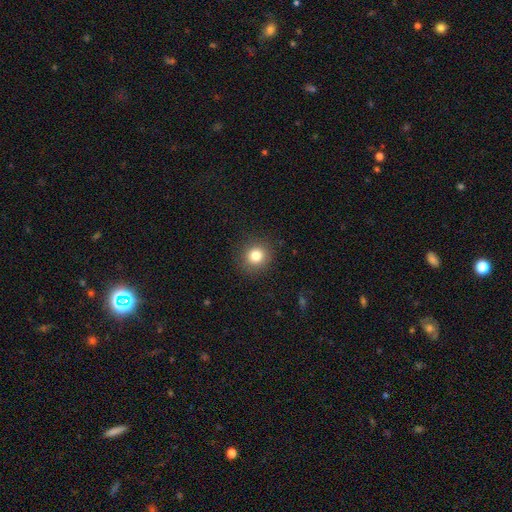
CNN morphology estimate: smooth_or_featured: smooth (p=0.82) [alt: star or artifact p=0.11]
how_rounded: round (p=0.89) [alt: in between p=0.11]
merging: none (p=0.89) [alt: minor disturbance p=0.07]